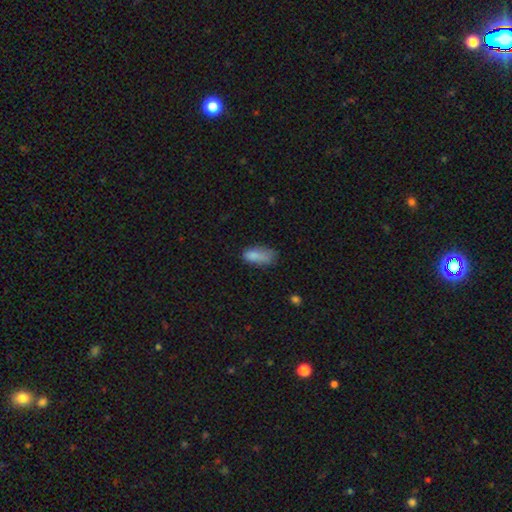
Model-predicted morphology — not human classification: Smooth or featured? smooth (80%)
How rounded? in between (84%)
Merging? none (37%, tied with minor disturbance)